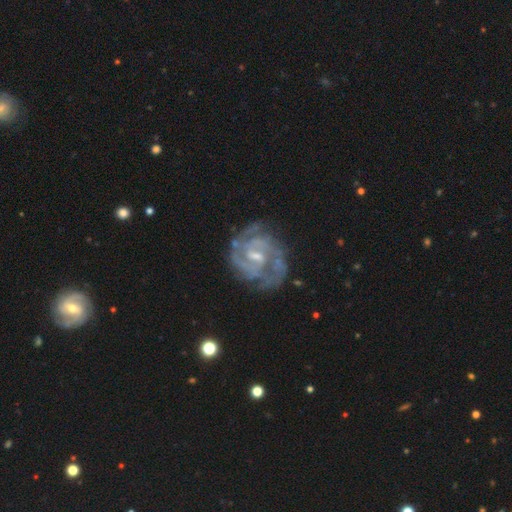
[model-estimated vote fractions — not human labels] Smooth or featured? featured or disk (89%)
Edge-on disk? no (98%)
Bar? weak (61%)
Spiral arms? yes (96%)
Spiral winding? tight (54%)
Spiral arm count? 2 (42%)
Bulge size? small (51%)
Merging? none (68%)